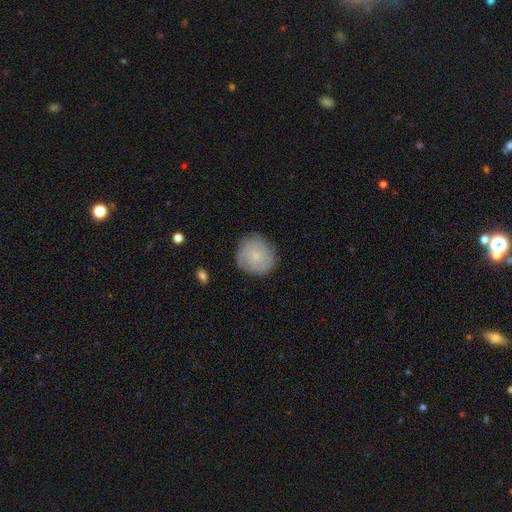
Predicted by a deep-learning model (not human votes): This is possibly a smooth galaxy (55%). How rounded: clearly round (90%). Merging: clearly none (81%).